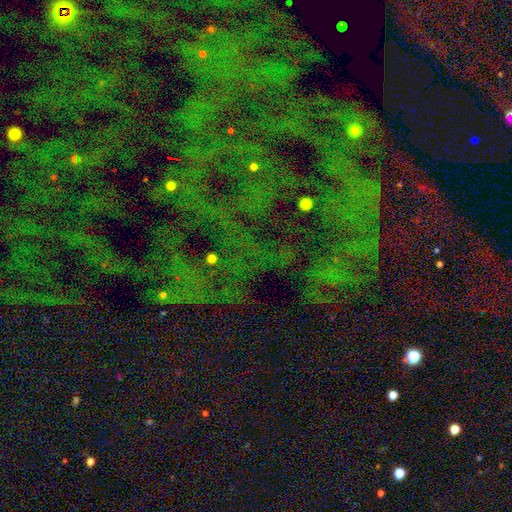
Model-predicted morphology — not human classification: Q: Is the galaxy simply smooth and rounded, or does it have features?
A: star or artifact — 81%.